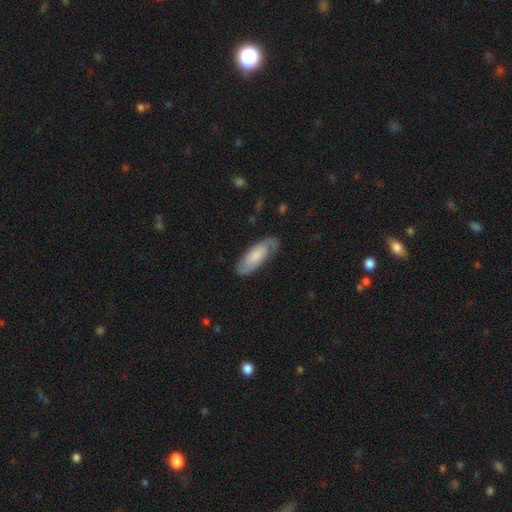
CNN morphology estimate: type=featured or disk (50%); edge-on=no (88%); merging=none (77%).